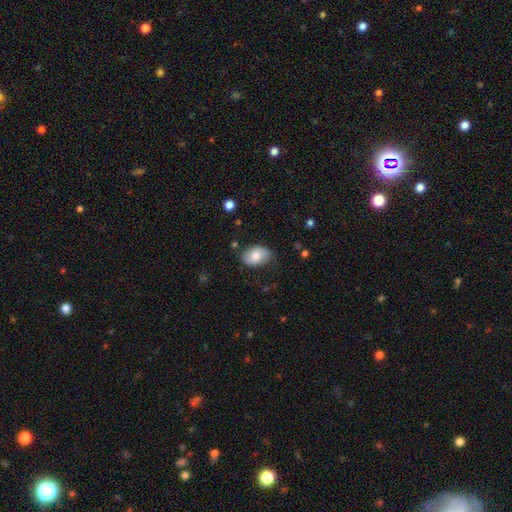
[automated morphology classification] smooth_or_featured: smooth (p=0.70) [alt: featured or disk p=0.24]
how_rounded: in between (p=0.84) [alt: round p=0.14]
merging: none (p=0.75) [alt: minor disturbance p=0.19]